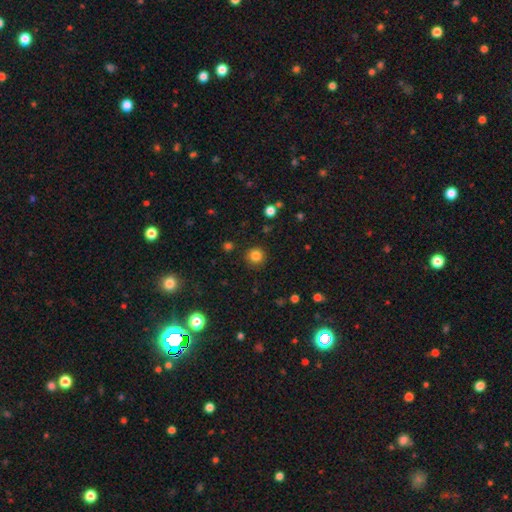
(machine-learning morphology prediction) This appears to be a smooth galaxy with no disk features (84%) that is round (94%). Merging: none (90%).